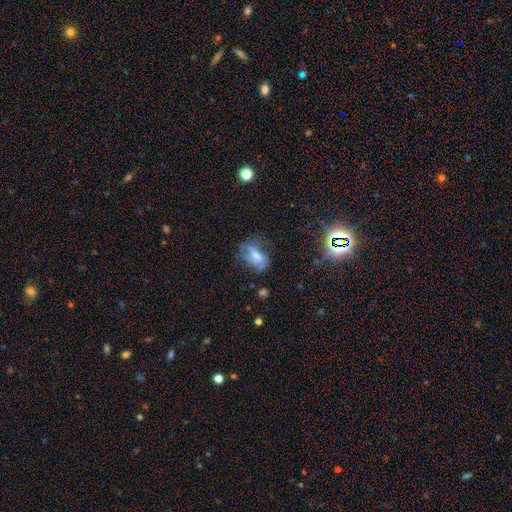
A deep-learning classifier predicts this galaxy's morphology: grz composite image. It shows a featured or disk galaxy (48%). Merging: none (53%).